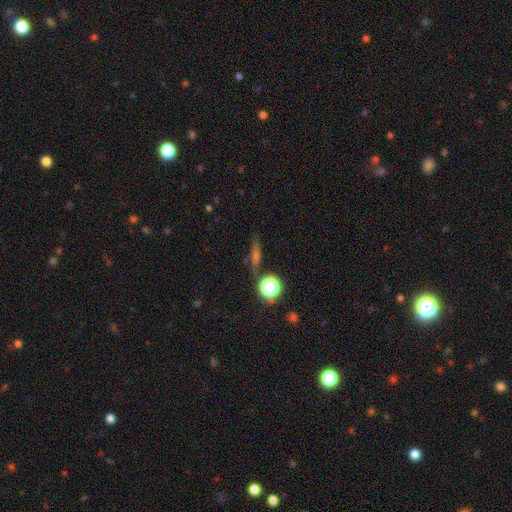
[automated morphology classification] type=featured or disk (35%); merging=none (83%).